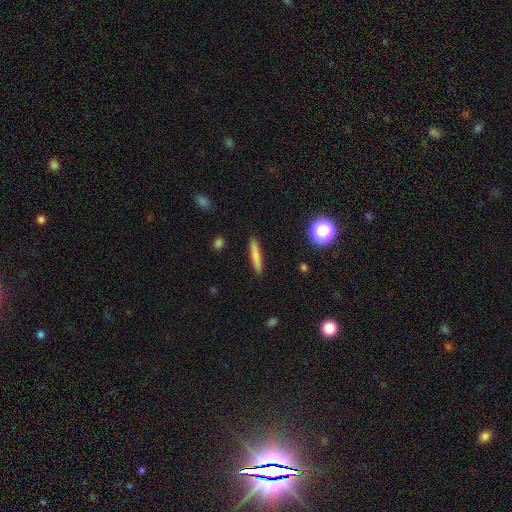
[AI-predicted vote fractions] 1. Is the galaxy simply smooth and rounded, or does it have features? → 75% smooth, 17% featured or disk, 8% star or artifact.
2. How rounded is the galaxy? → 92% cigar-shaped, 6% in between, 2% round.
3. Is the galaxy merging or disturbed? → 90% none, 7% minor disturbance, 2% major disturbance, 1% merger.